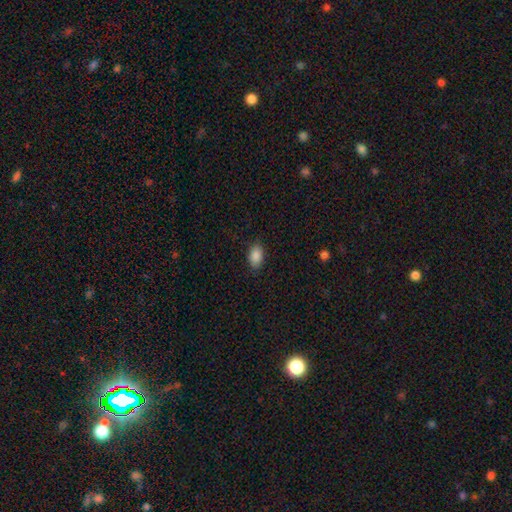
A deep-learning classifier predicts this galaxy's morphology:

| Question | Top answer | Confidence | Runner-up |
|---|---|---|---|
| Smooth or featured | smooth | 88% | star or artifact (8%) |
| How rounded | in between | 91% | round (8%) |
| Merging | none | 86% | minor disturbance (10%) |